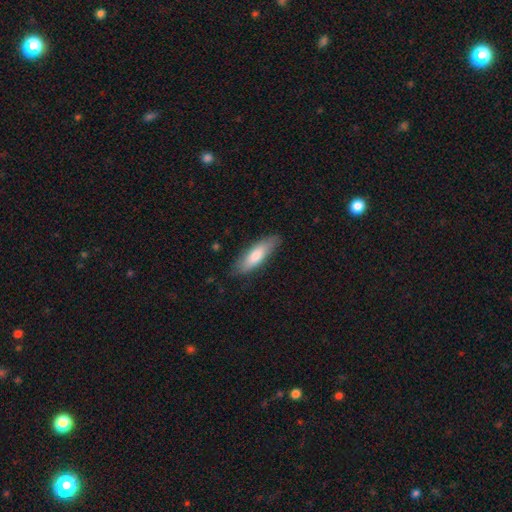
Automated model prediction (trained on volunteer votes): Overall: smooth (75%). How rounded: cigar-shaped (56%; in between 42%). Merging: none (81%).